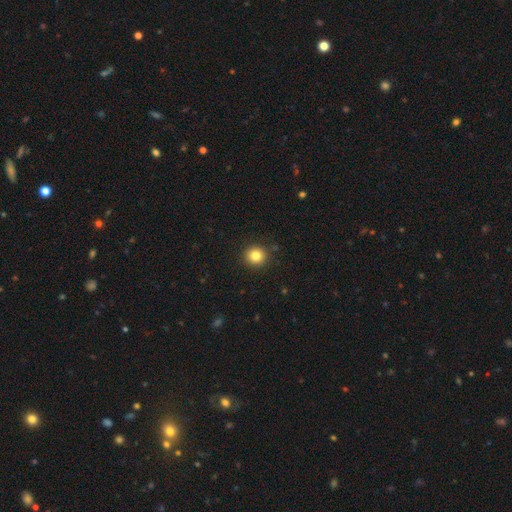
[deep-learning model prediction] Q: Smooth or featured?
A: smooth (82%); runner-up: star or artifact (11%)
Q: How rounded?
A: round (92%); runner-up: in between (7%)
Q: Merging?
A: none (91%); runner-up: minor disturbance (6%)